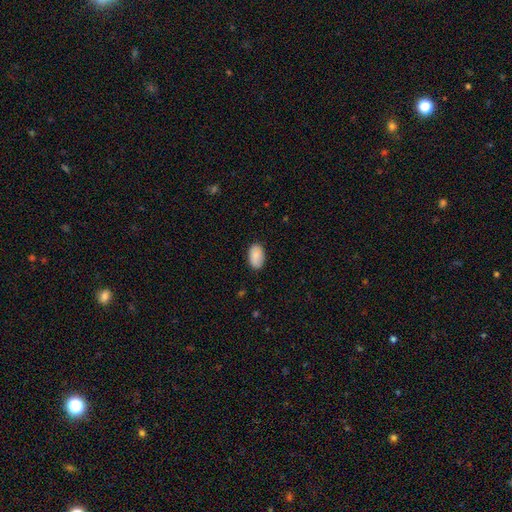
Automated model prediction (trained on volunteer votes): The model was most divided on "merging": none: 84%, minor disturbance: 13%, major disturbance: 2%, merger: 1%. More confident: how rounded — in between (93%); smooth or featured — smooth (85%).